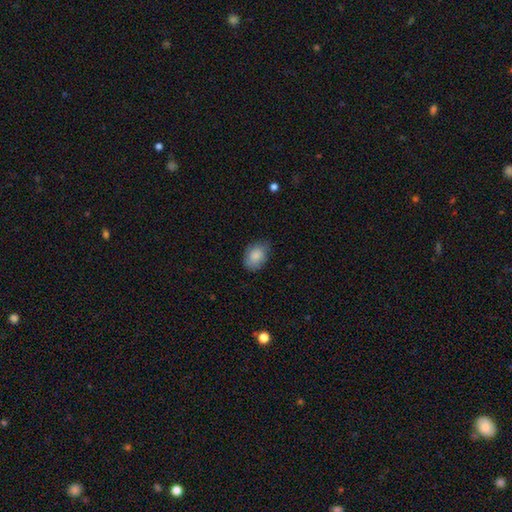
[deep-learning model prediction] Q: Smooth or featured?
A: smooth (85%); runner-up: featured or disk (8%)
Q: How rounded?
A: in between (78%); runner-up: round (21%)
Q: Merging?
A: none (70%); runner-up: minor disturbance (24%)